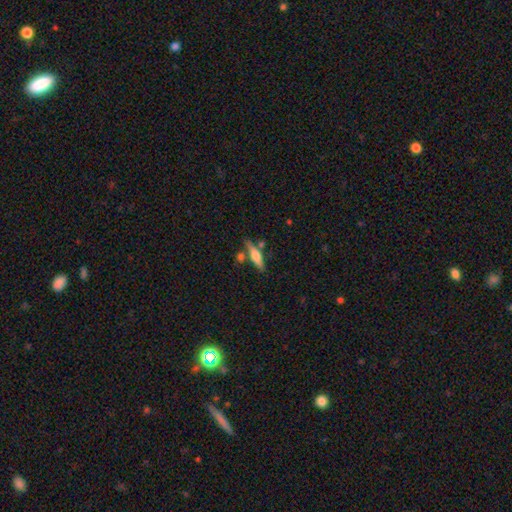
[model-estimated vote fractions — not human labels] The model was most divided on "smooth or featured": featured or disk: 49%, smooth: 44%, star or artifact: 7%. More confident: merging — none (69%).